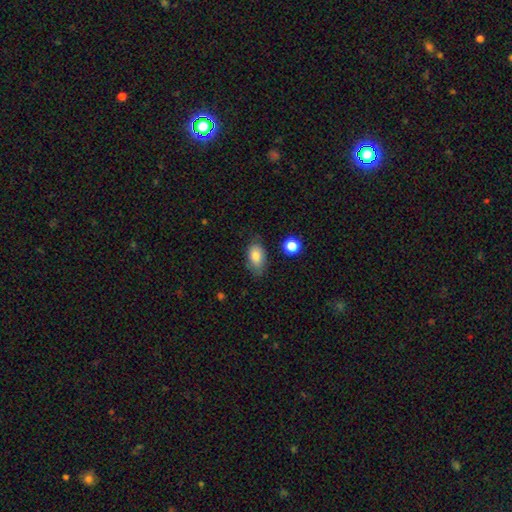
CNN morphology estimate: A smooth galaxy with no disk features (83%) that is in between round and cigar-shaped (89%).

Vote fractions:
- Smooth or featured? smooth: 83% / featured or disk: 9% / star or artifact: 8%
- How rounded? in between: 89% / round: 8% / cigar-shaped: 3%
- Merging? none: 68% / minor disturbance: 23% / major disturbance: 6% / merger: 2%